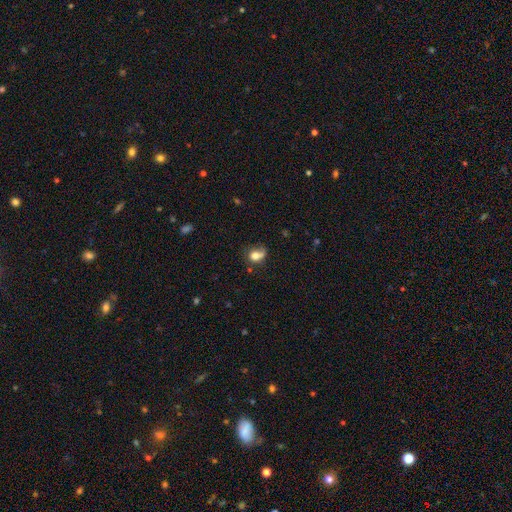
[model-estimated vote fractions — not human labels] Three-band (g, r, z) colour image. It shows a smooth galaxy with no disk features (71%) that is in between round and cigar-shaped (53%). Merging: none (38%).